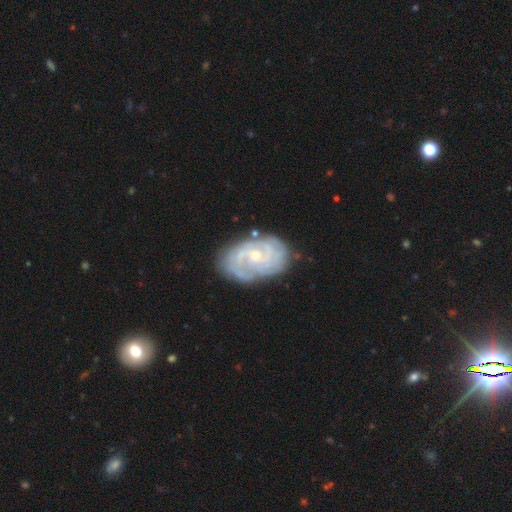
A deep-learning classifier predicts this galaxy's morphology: Smooth or featured: featured or disk — 80% (smooth — 14%)
Edge-on disk: no — 96% (yes — 4%)
Bar: no — 69% (weak — 27%)
Spiral arms: yes — 90% (no — 10%)
Spiral winding: tight — 62% (medium — 30%)
Spiral arm count: can't tell — 38% (2 — 30%)
Bulge size: small — 68% (moderate — 28%)
Merging: none — 73% (minor disturbance — 19%)